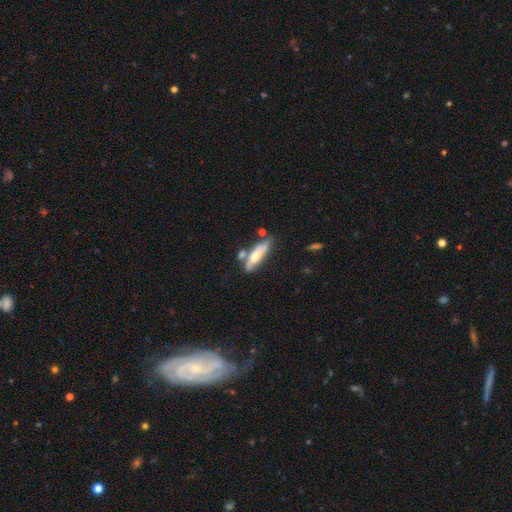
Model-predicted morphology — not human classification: Smooth or featured?
  - smooth: 58% *
  - featured or disk: 36%
  - star or artifact: 6%
How rounded?
  - cigar-shaped: 57% *
  - in between: 41%
  - round: 2%
Merging?
  - none: 51% *
  - minor disturbance: 21%
  - merger: 21%
  - major disturbance: 7%